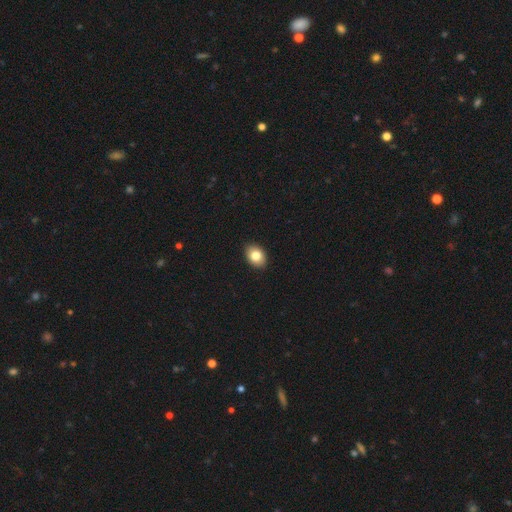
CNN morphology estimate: type=smooth (81%); roundness=in between (70%); merging=none (90%).